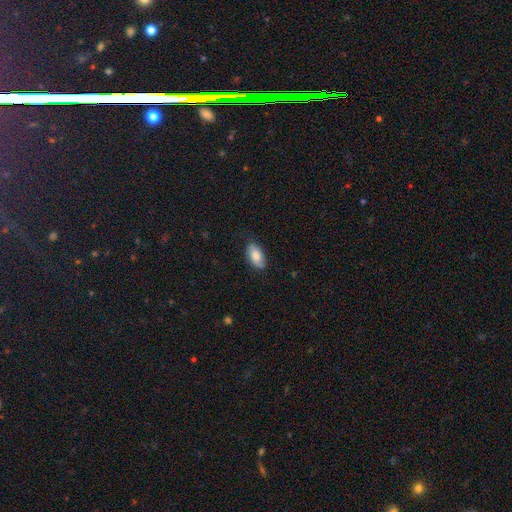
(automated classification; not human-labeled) Overall: smooth (77%). How rounded: in between (93%). Merging: none (82%).